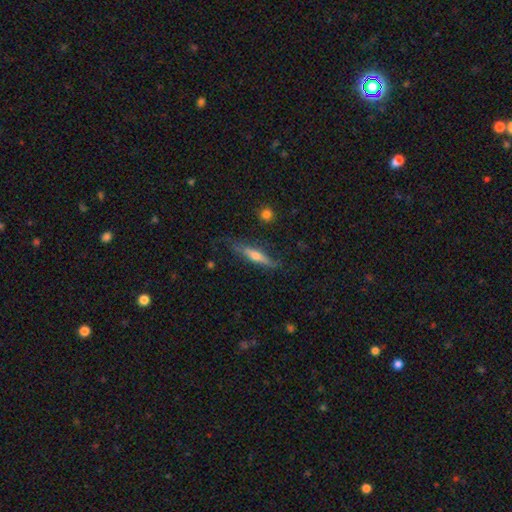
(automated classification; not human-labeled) Smooth or featured? Predicted: featured or disk (p=0.55). Edge-on disk? Predicted: yes (p=0.90). Edge-on bulge? Predicted: rounded (p=0.82). Merging? Predicted: none (p=0.71).